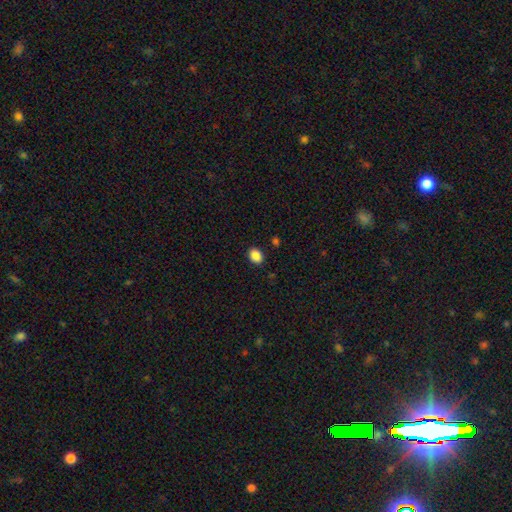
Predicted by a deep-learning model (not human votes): Overall: smooth (88%). How rounded: in between (62%; round 37%). Merging: none (89%).